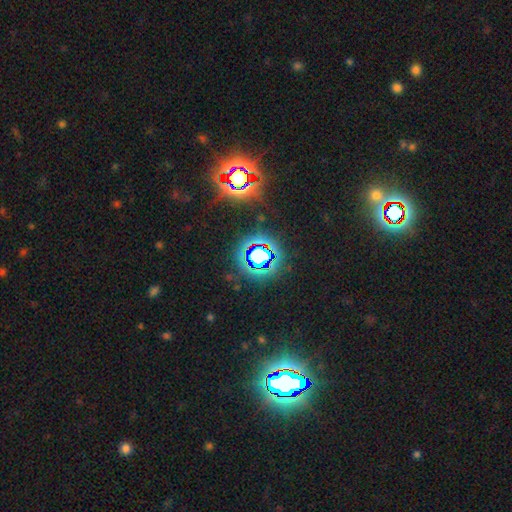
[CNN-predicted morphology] The model was most divided on "smooth or featured": star or artifact: 76%, smooth: 15%, featured or disk: 9%.